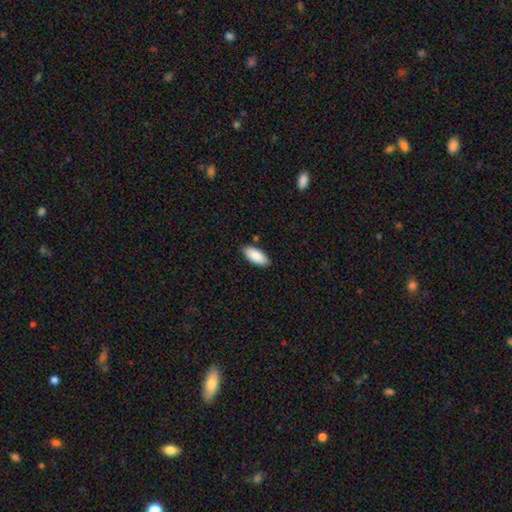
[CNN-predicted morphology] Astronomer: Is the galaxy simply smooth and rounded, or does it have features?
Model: smooth — 89%.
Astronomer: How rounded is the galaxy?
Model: in between — 87%.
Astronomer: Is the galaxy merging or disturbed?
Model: none — 87%.